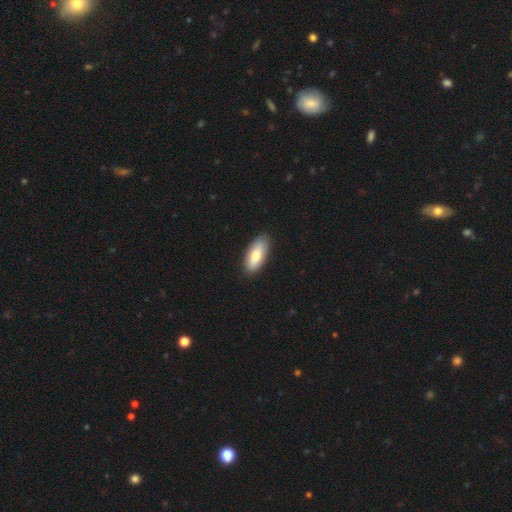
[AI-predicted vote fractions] Q: Smooth or featured?
A: smooth (74%); runner-up: featured or disk (21%)
Q: How rounded?
A: in between (84%); runner-up: cigar-shaped (13%)
Q: Merging?
A: none (88%); runner-up: minor disturbance (9%)